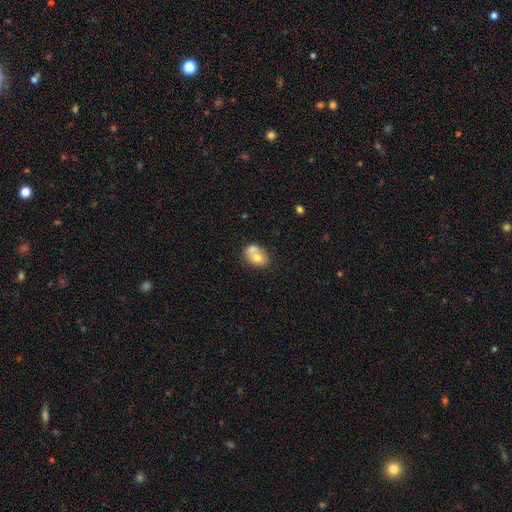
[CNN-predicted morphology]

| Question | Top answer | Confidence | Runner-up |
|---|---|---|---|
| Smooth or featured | smooth | 67% | featured or disk (25%) |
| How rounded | in between | 61% | round (38%) |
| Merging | merger | 58% | none (28%) |